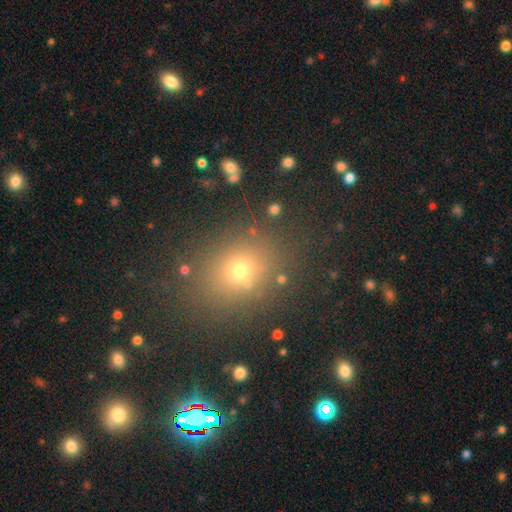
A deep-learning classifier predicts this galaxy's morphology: This appears to be a smooth galaxy with no disk features (57%) that is round (62%). Merging: none (86%).